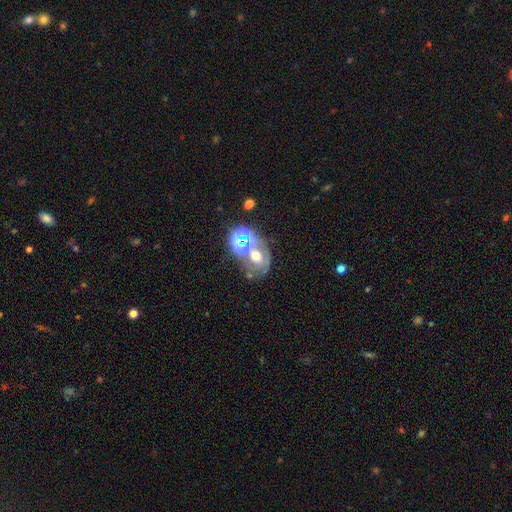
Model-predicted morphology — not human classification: The model was most divided on "merging": none: 39%, merger: 36%, minor disturbance: 13%, major disturbance: 12%. Remaining: smooth or featured — featured or disk (40%).